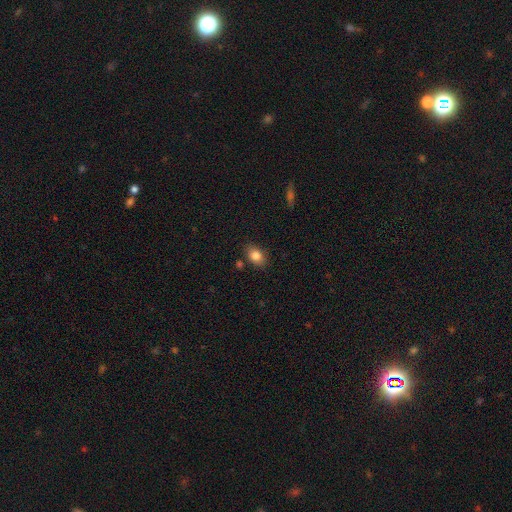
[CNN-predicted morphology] Q: Smooth or featured?
A: smooth (82%); runner-up: star or artifact (9%)
Q: How rounded?
A: in between (78%); runner-up: round (20%)
Q: Merging?
A: none (82%); runner-up: minor disturbance (12%)